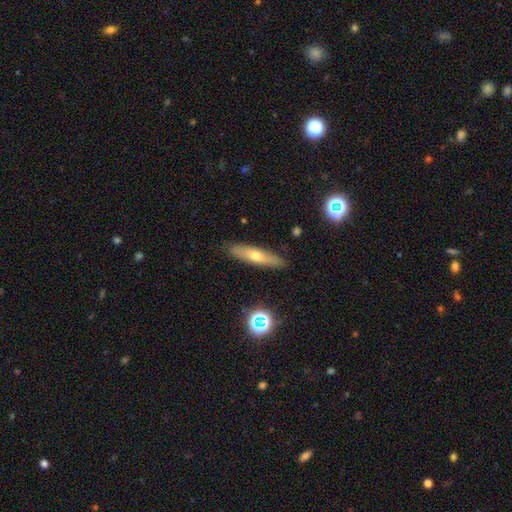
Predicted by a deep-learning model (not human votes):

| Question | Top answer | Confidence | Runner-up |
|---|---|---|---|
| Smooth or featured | smooth | 50% | featured or disk (41%) |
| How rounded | cigar-shaped | 76% | in between (21%) |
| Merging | none | 89% | minor disturbance (8%) |